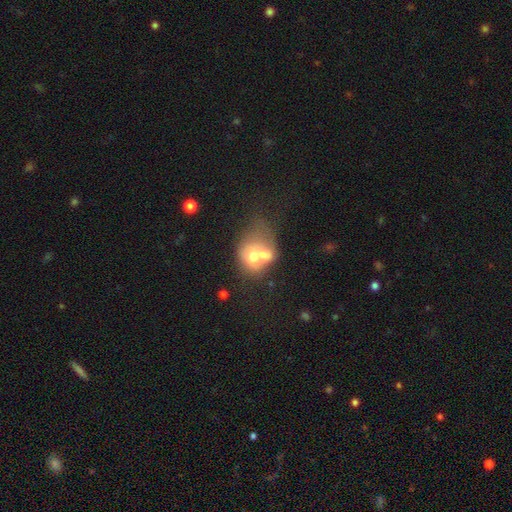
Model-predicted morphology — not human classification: A smooth galaxy with no disk features (60%) that is in between round and cigar-shaped (52%).

Vote fractions:
- Smooth or featured? smooth: 60% / featured or disk: 30% / star or artifact: 10%
- How rounded? in between: 52% / round: 47% / cigar-shaped: 1%
- Merging? merger: 64% / none: 14% / major disturbance: 12% / minor disturbance: 10%